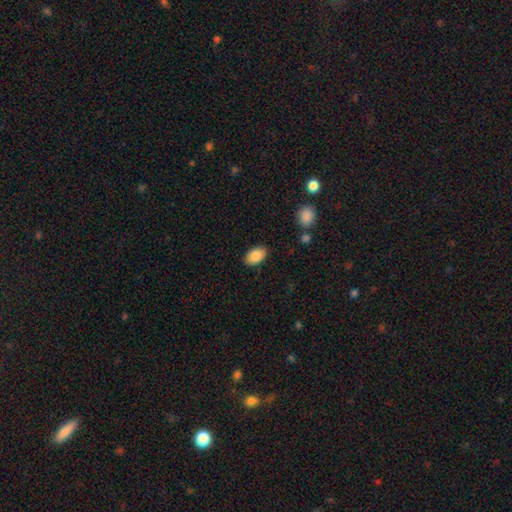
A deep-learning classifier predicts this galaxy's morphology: A smooth galaxy with no disk features (86%) that is in between round and cigar-shaped (90%).

Vote fractions:
- Smooth or featured? smooth: 86% / star or artifact: 7% / featured or disk: 7%
- How rounded? in between: 90% / round: 9% / cigar-shaped: 1%
- Merging? none: 86% / minor disturbance: 10% / major disturbance: 2% / merger: 2%